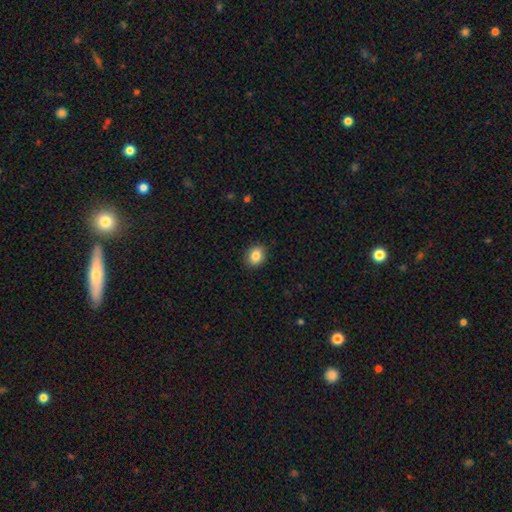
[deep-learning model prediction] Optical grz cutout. It shows a smooth galaxy with no disk features (85%) that is round (51%). Merging: none (90%).